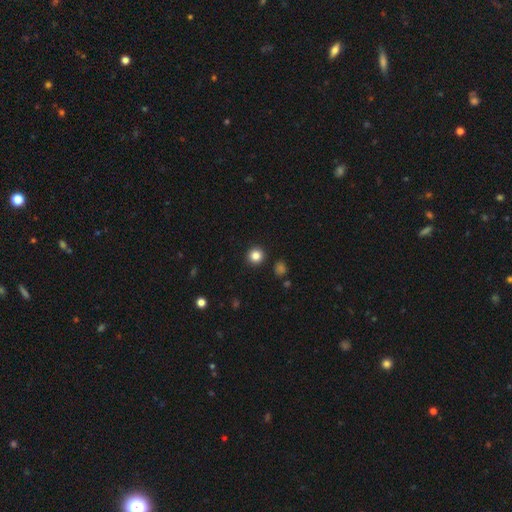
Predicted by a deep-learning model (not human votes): smooth 84%, star or artifact 11%, featured or disk 4%. Down the decision tree: how rounded — round (94%); merging — none (93%).